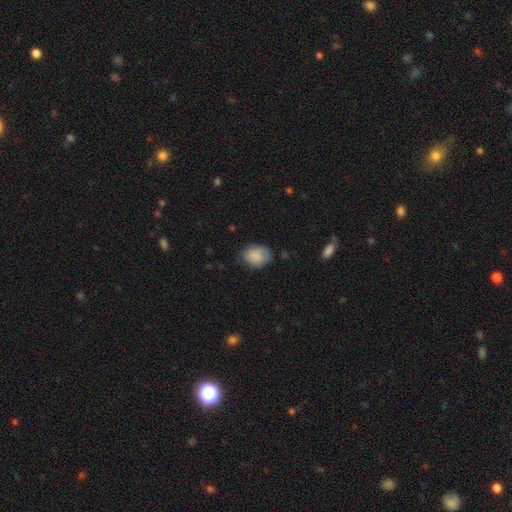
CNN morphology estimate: This appears to be a smooth galaxy with no disk features (87%) that is in between round and cigar-shaped (64%). Merging: none (71%).